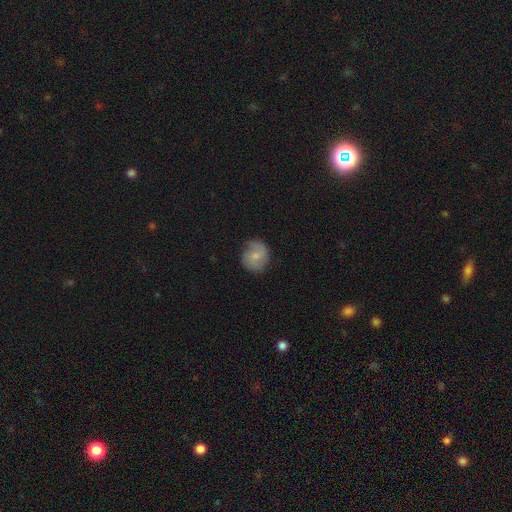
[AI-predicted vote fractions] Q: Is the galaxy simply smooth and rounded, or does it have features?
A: smooth — 60%.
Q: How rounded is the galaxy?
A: round — 82%.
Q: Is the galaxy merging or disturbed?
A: none — 71%.